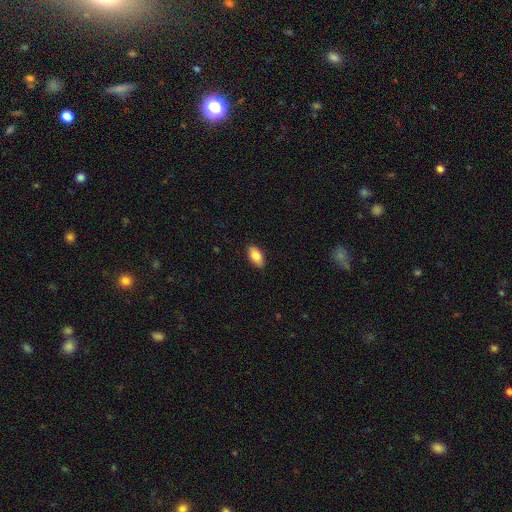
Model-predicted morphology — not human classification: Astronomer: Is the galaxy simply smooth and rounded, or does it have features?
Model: smooth — 85%.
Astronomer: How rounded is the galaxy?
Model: in between — 93%.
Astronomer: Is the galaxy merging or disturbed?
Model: none — 89%.